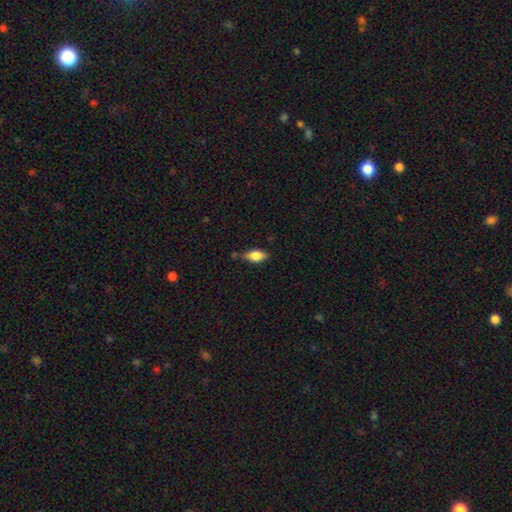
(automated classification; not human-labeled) Smooth or featured? Predicted: smooth (p=0.73). How rounded? Predicted: in between (p=0.84). Merging? Predicted: none (p=0.66).